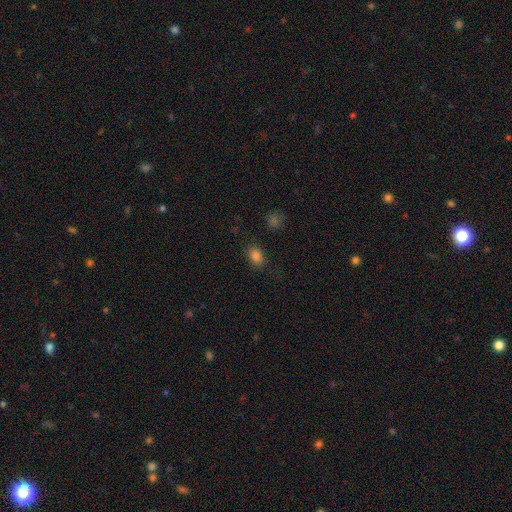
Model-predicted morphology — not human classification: smooth-or-featured: smooth: 83% | star or artifact: 13% | featured or disk: 4%
  how-rounded: in between: 74% | round: 25% | cigar-shaped: 1%
  merging: none: 82% | minor disturbance: 12% | major disturbance: 4% | merger: 2%